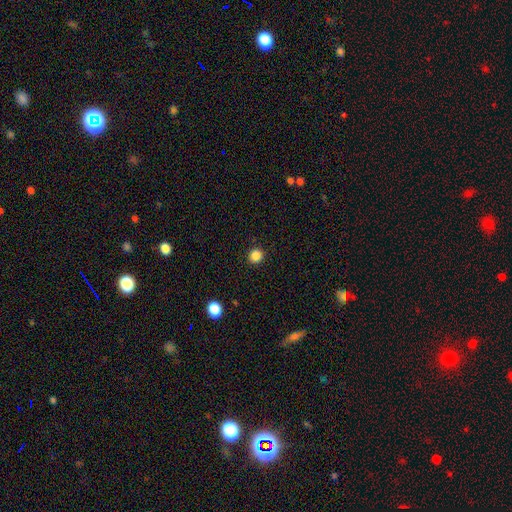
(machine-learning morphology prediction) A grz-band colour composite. It shows a smooth galaxy with no disk features (86%) that is round (93%). Merging: none (92%).